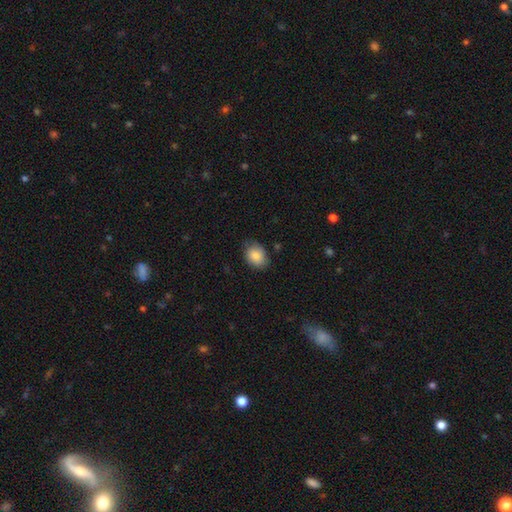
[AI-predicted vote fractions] This appears to be a smooth galaxy with no disk features (83%) that is in between round and cigar-shaped (60%). Merging: none (71%).